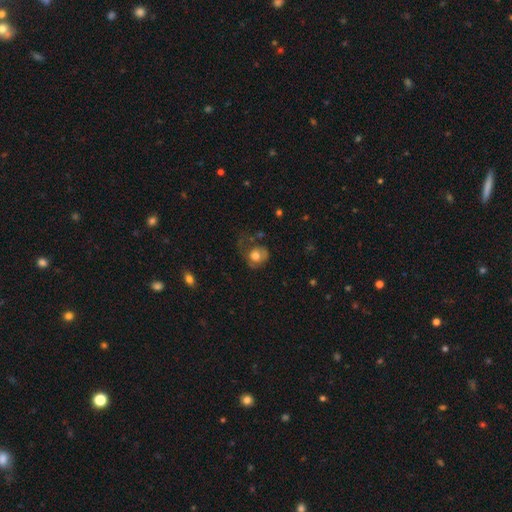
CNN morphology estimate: type=smooth (66%); roundness=round (71%); merging=major disturbance (40%).